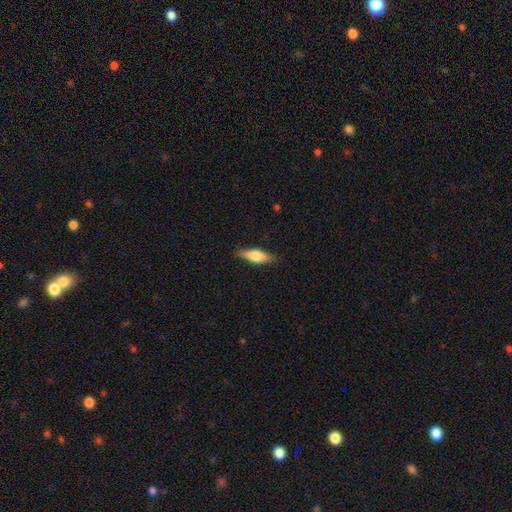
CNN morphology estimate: Q: Smooth or featured?
A: smooth (61%); runner-up: featured or disk (32%)
Q: How rounded?
A: in between (57%); runner-up: cigar-shaped (40%)
Q: Merging?
A: none (85%); runner-up: minor disturbance (12%)